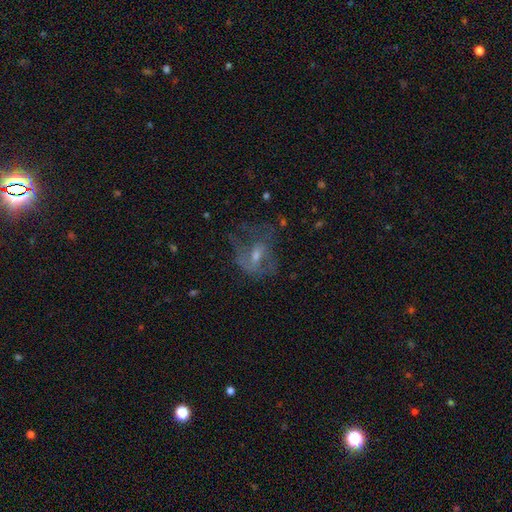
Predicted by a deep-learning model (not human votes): Smooth or featured: featured or disk — 60% (smooth — 27%)
Edge-on disk: no — 96% (yes — 4%)
Bar: no — 50% (weak — 40%)
Spiral arms: no — 51% (yes — 49%)
Bulge size: moderate — 43% (tied with small — 43%)
Merging: major disturbance — 41% (none — 35%)